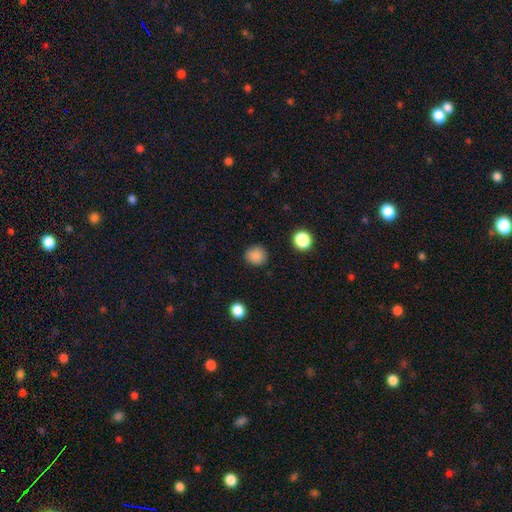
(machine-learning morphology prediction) Smooth or featured: smooth — 86% (star or artifact — 11%)
How rounded: round — 88% (in between — 11%)
Merging: none — 88% (minor disturbance — 8%)